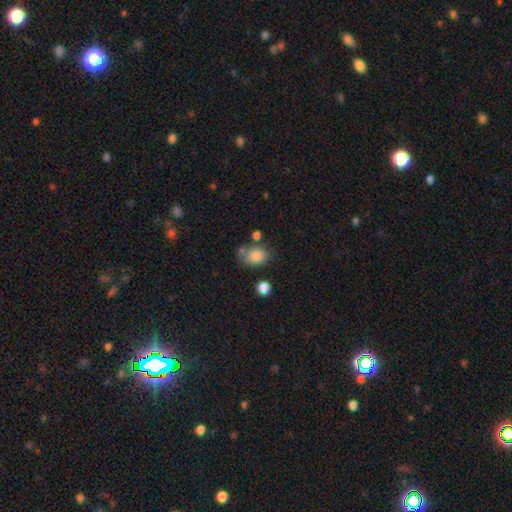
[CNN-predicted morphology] The model was most divided on "how rounded": in between: 60%, round: 39%, cigar-shaped: 1%. More confident: smooth or featured — smooth (82%); merging — none (61%).